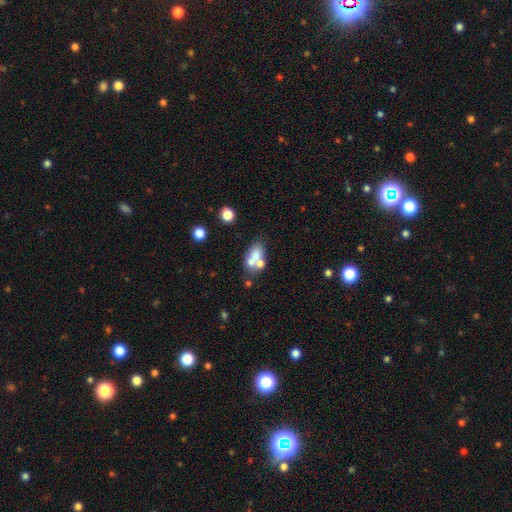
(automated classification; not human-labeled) Q: Smooth or featured?
A: smooth (58%); runner-up: featured or disk (30%)
Q: How rounded?
A: in between (68%); runner-up: round (29%)
Q: Merging?
A: merger (48%); runner-up: none (35%)